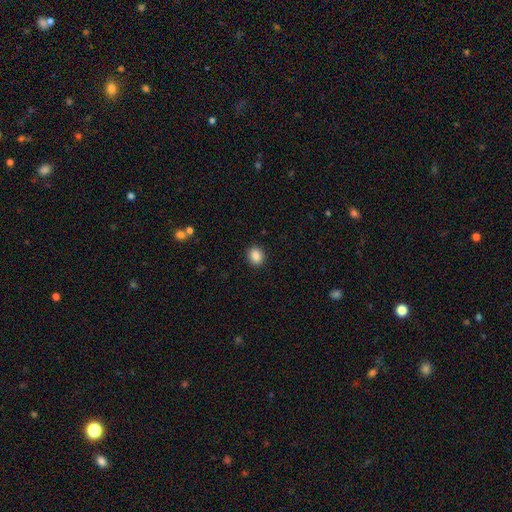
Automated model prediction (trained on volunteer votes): A smooth galaxy with no disk features (87%) that is round (71%).

Vote fractions:
- Smooth or featured? smooth: 87% / star or artifact: 9% / featured or disk: 4%
- How rounded? round: 71% / in between: 28% / cigar-shaped: 1%
- Merging? none: 91% / minor disturbance: 6% / major disturbance: 2% / merger: 1%